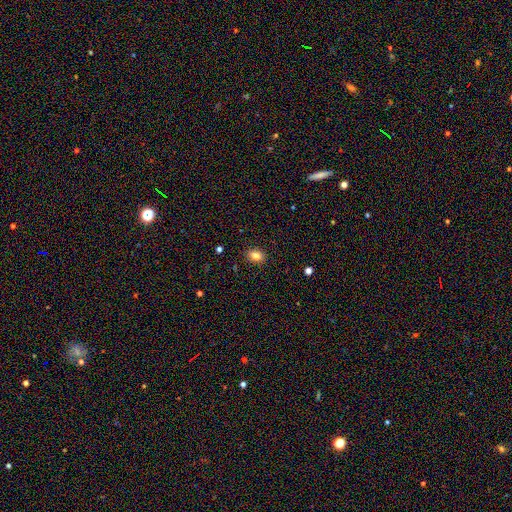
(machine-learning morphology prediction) Smooth or featured: smooth — 82% (star or artifact — 11%)
How rounded: in between — 71% (round — 27%)
Merging: none — 87% (minor disturbance — 10%)